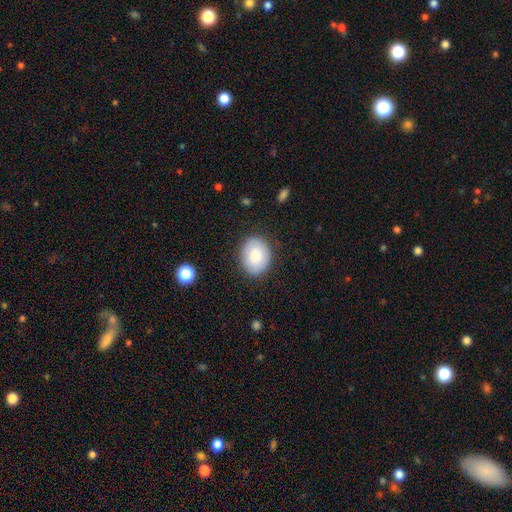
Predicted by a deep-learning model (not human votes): Smooth or featured? Predicted: smooth (p=0.84). How rounded? Predicted: in between (p=0.55). Merging? Predicted: none (p=0.86).